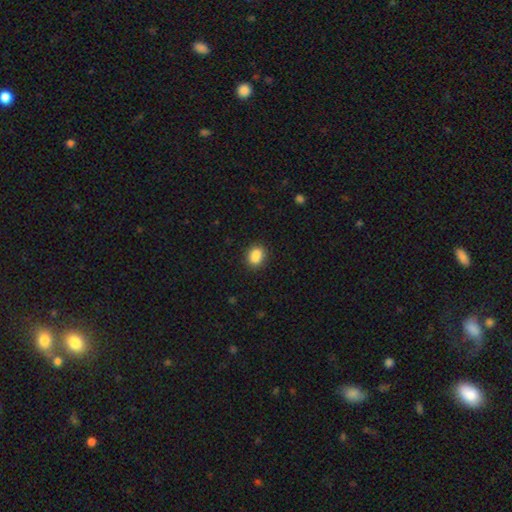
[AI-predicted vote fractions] Smooth or featured: smooth — 87% (star or artifact — 9%)
How rounded: in between — 58% (round — 41%)
Merging: none — 80% (minor disturbance — 13%)